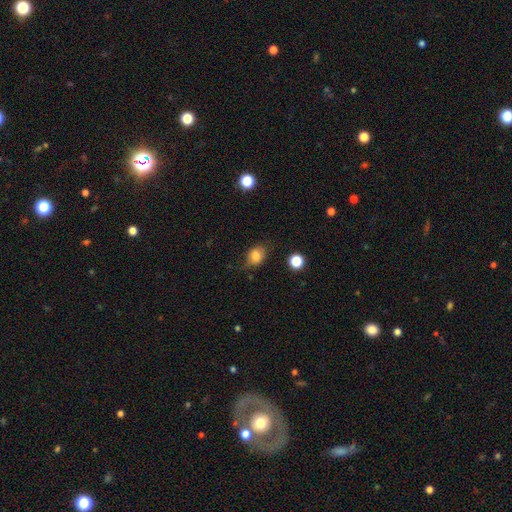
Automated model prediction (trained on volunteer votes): Smooth or featured? smooth (80%)
How rounded? in between (56%)
Merging? none (64%)